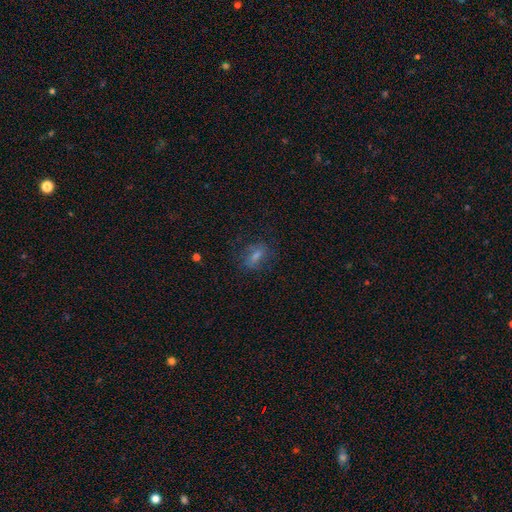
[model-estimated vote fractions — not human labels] The model was most divided on "smooth or featured": smooth: 59%, featured or disk: 26%, star or artifact: 15%. More confident: merging — none (70%); how rounded — in between (64%).